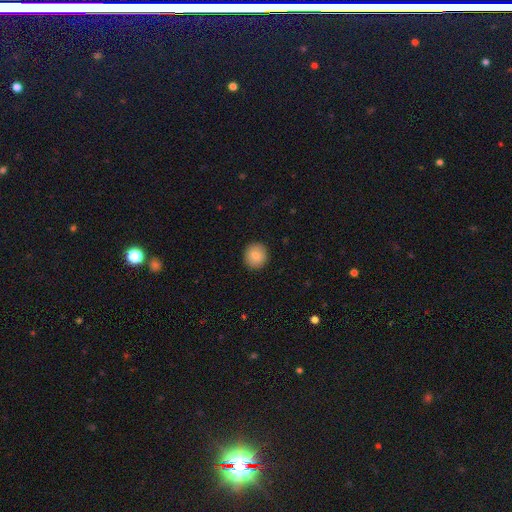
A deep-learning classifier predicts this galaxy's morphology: smooth_or_featured: smooth (p=0.86) [alt: star or artifact p=0.08]
how_rounded: round (p=0.88) [alt: in between p=0.11]
merging: none (p=0.91) [alt: minor disturbance p=0.06]